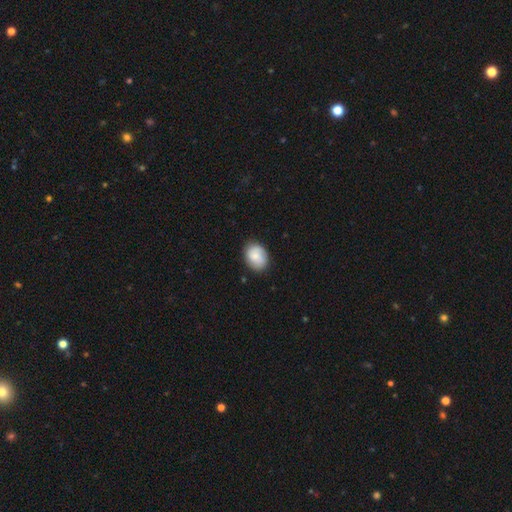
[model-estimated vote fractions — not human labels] smooth-or-featured: smooth: 76% | featured or disk: 17% | star or artifact: 7%
  how-rounded: in between: 60% | round: 39% | cigar-shaped: 1%
  merging: none: 81% | minor disturbance: 15% | major disturbance: 3% | merger: 1%